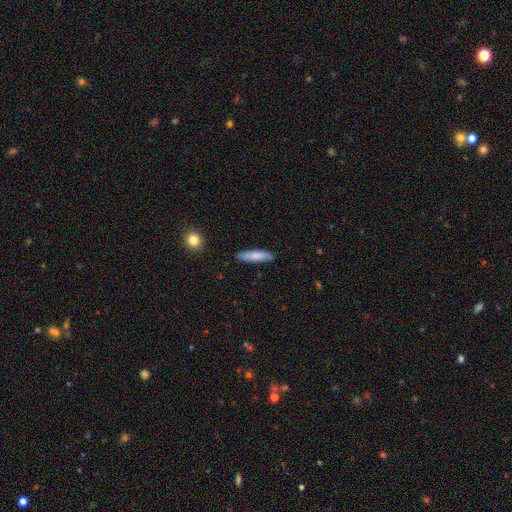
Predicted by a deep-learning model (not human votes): This appears to be a smooth galaxy with no disk features (79%) that is cigar-shaped (76%). Merging: none (88%).